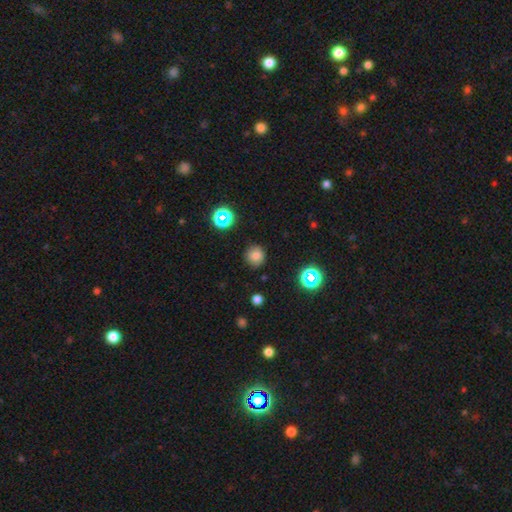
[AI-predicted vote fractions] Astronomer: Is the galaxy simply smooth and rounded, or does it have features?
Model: smooth — 77%.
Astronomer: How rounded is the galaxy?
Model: round — 92%.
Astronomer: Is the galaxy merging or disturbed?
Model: none — 87%.